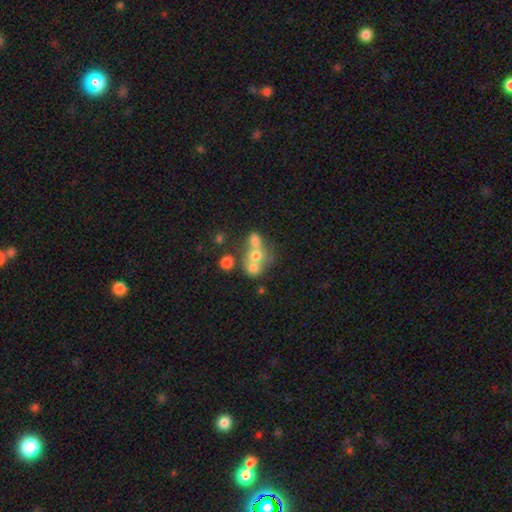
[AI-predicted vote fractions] Q: Smooth or featured?
A: smooth (59%); runner-up: featured or disk (26%)
Q: How rounded?
A: round (66%); runner-up: in between (33%)
Q: Merging?
A: merger (59%); runner-up: none (28%)